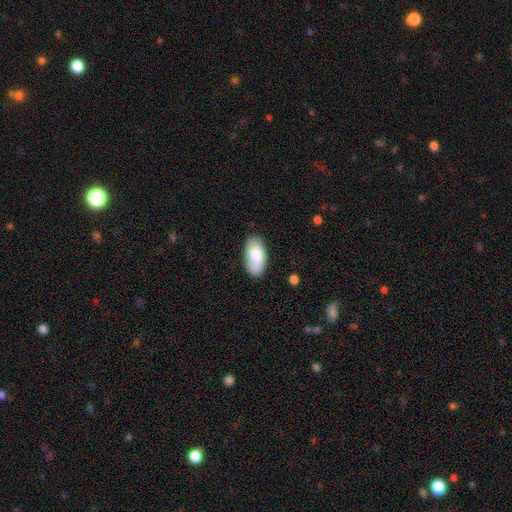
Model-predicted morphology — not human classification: This is clearly a smooth galaxy (84%). How rounded: clearly in between (95%). Merging: clearly none (82%).